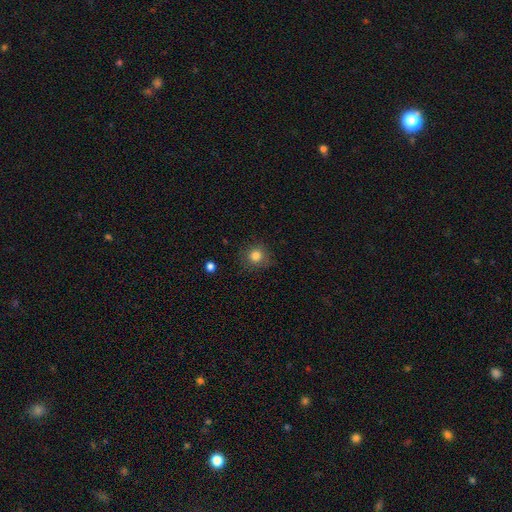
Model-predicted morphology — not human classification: type=smooth (82%); roundness=round (90%); merging=none (84%).